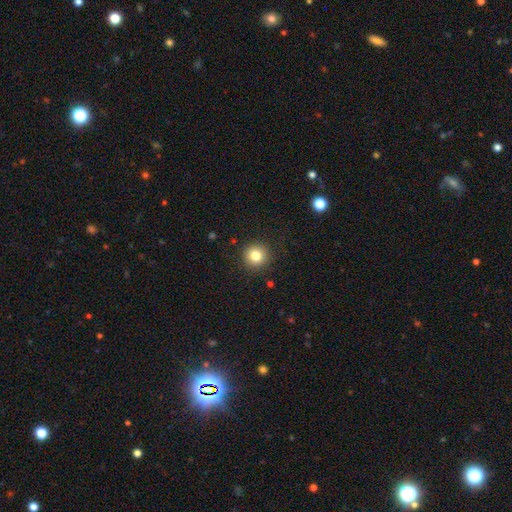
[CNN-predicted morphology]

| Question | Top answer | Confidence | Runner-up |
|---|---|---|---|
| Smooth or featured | smooth | 82% | star or artifact (12%) |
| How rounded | round | 94% | in between (5%) |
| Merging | none | 90% | minor disturbance (6%) |